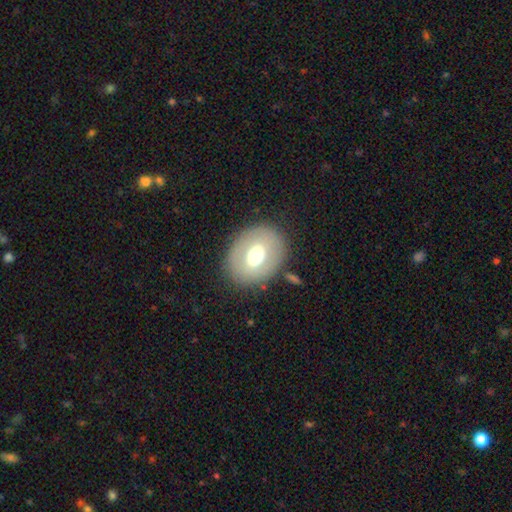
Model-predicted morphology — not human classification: Q: Smooth or featured?
A: smooth (57%); runner-up: featured or disk (34%)
Q: How rounded?
A: in between (58%); runner-up: round (41%)
Q: Merging?
A: none (81%); runner-up: minor disturbance (11%)